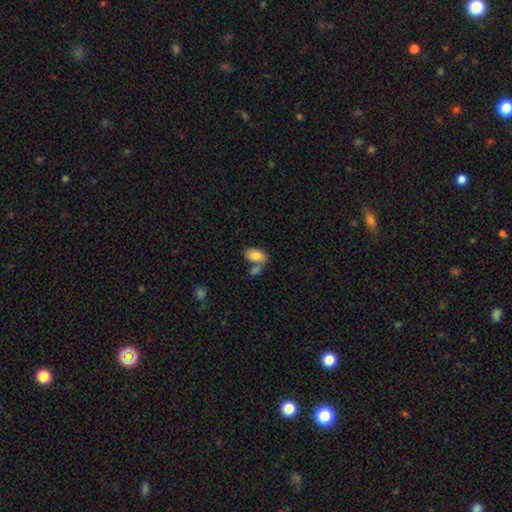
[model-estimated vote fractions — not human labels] Q: Smooth or featured?
A: smooth (80%); runner-up: featured or disk (12%)
Q: How rounded?
A: in between (92%); runner-up: round (5%)
Q: Merging?
A: none (42%); runner-up: merger (39%)